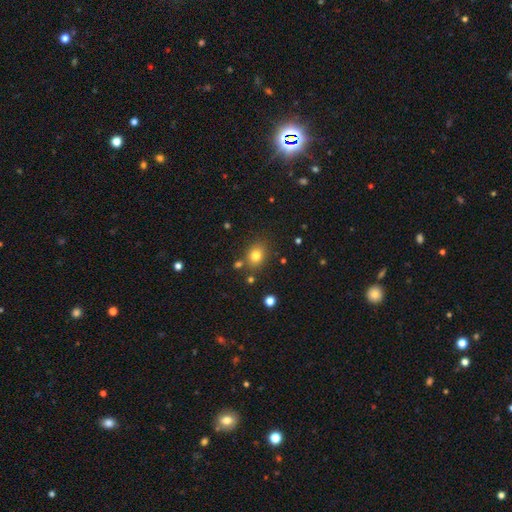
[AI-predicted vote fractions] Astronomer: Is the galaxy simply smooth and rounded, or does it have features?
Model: smooth — 78%.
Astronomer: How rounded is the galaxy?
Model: round — 55% (runner-up: in between, 44%).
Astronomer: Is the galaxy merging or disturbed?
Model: none — 80%.